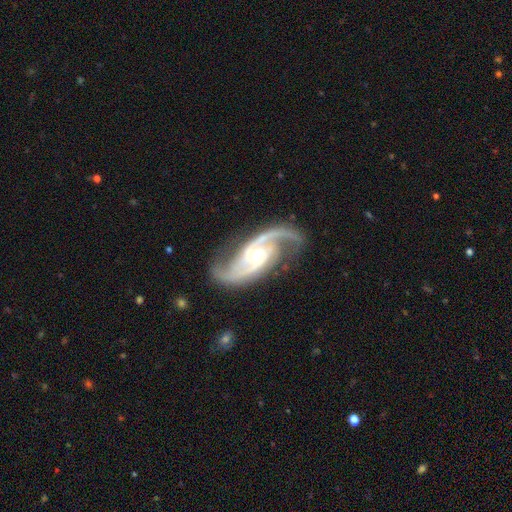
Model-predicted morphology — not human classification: Q: Smooth or featured?
A: featured or disk (94%); runner-up: star or artifact (4%)
Q: Edge-on disk?
A: no (97%); runner-up: yes (3%)
Q: Bar?
A: no (43%); runner-up: weak (39%)
Q: Spiral arms?
A: yes (99%); runner-up: no (1%)
Q: Spiral winding?
A: medium (57%); runner-up: loose (26%)
Q: Spiral arm count?
A: 2 (89%); runner-up: 3 (5%)
Q: Bulge size?
A: moderate (66%); runner-up: small (26%)
Q: Merging?
A: none (78%); runner-up: minor disturbance (14%)